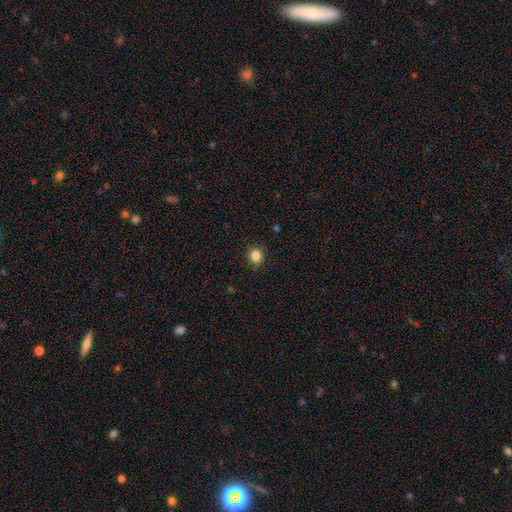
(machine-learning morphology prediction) smooth_or_featured: smooth (p=0.85) [alt: star or artifact p=0.11]
how_rounded: round (p=0.73) [alt: in between p=0.26]
merging: none (p=0.87) [alt: minor disturbance p=0.10]